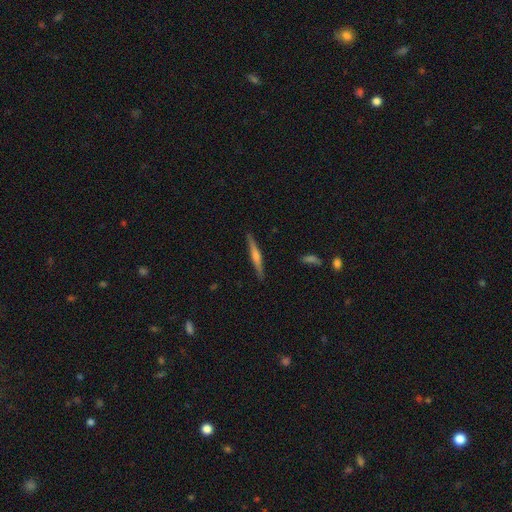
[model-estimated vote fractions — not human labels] smooth-or-featured: featured or disk: 58% | smooth: 36% | star or artifact: 6%
  disk-edge-on: yes: 97% | no: 3%
    edge-on-bulge: rounded: 63% | none: 21% | boxy: 17%
  merging: none: 89% | minor disturbance: 8% | major disturbance: 2% | merger: 1%